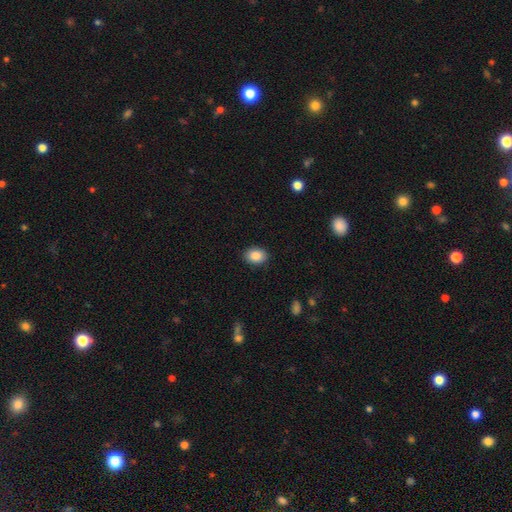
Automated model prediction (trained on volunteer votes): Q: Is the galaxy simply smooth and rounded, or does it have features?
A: smooth — 87%.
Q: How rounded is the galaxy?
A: in between — 72%.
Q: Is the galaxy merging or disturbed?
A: none — 89%.